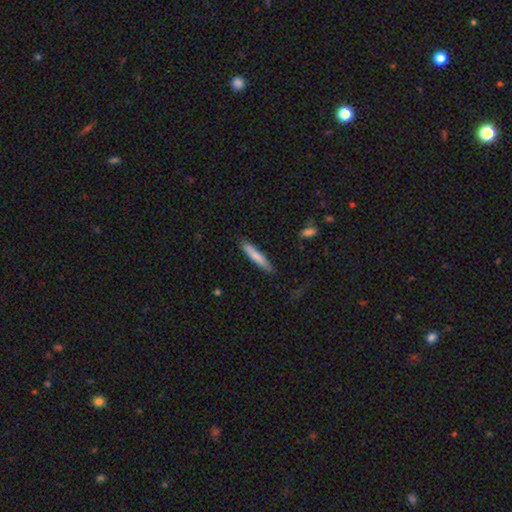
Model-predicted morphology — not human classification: A smooth galaxy with no disk features (78%) that is cigar-shaped (91%). Merging: none (86%).